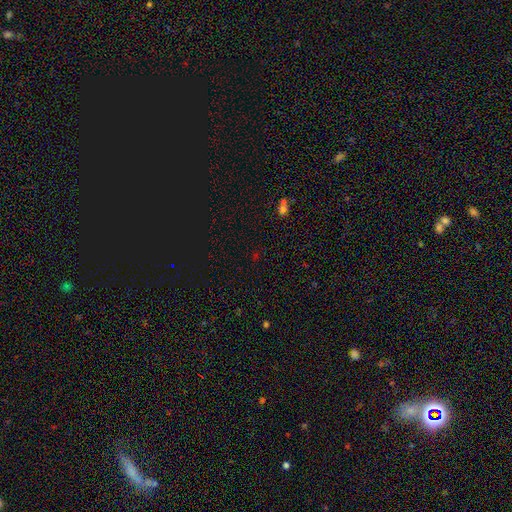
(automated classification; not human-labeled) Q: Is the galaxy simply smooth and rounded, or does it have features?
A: star or artifact — 62%.